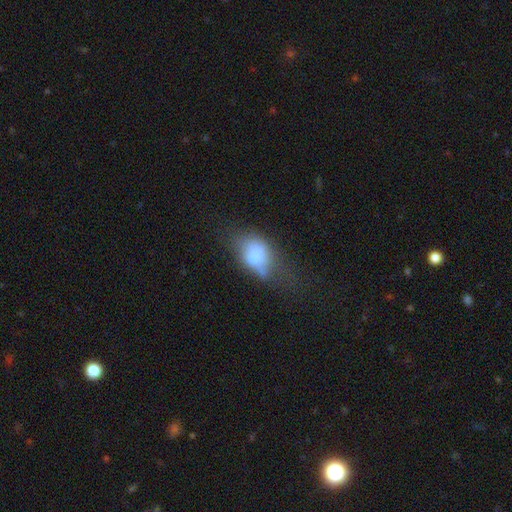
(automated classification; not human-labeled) Smooth or featured: smooth — 65% (featured or disk — 25%)
How rounded: in between — 81% (round — 16%)
Merging: minor disturbance — 32% (major disturbance — 30%)